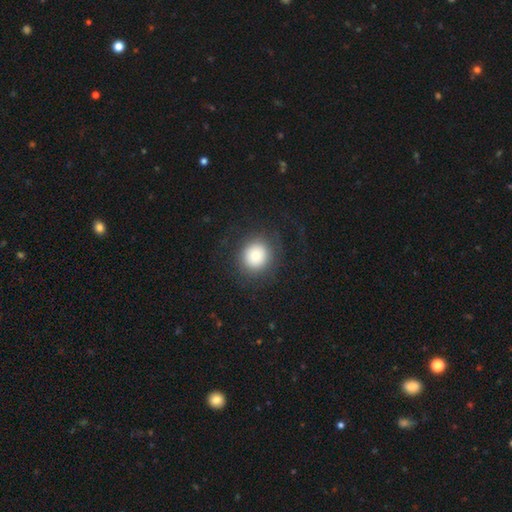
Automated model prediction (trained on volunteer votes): Smooth or featured?
  - smooth: 76% *
  - featured or disk: 14%
  - star or artifact: 10%
How rounded?
  - round: 90% *
  - in between: 9%
  - cigar-shaped: 1%
Merging?
  - none: 83% *
  - minor disturbance: 9%
  - major disturbance: 7%
  - merger: 1%